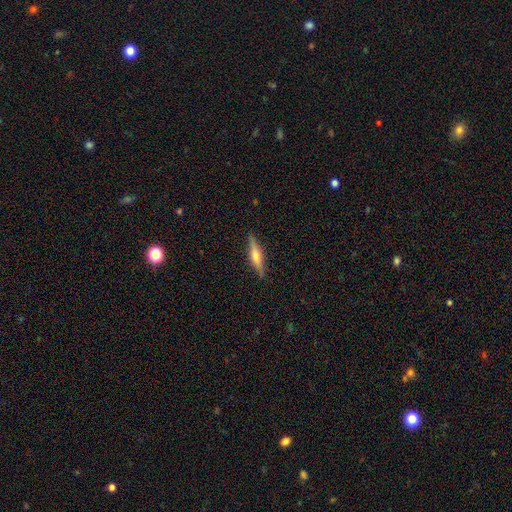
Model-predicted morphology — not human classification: Smooth or featured?
  - featured or disk: 65% *
  - smooth: 29%
  - star or artifact: 6%
Edge-on disk?
  - yes: 97% *
  - no: 3%
Edge-on bulge?
  - rounded: 83% *
  - boxy: 12%
  - none: 5%
Merging?
  - none: 89% *
  - minor disturbance: 8%
  - major disturbance: 2%
  - merger: 1%